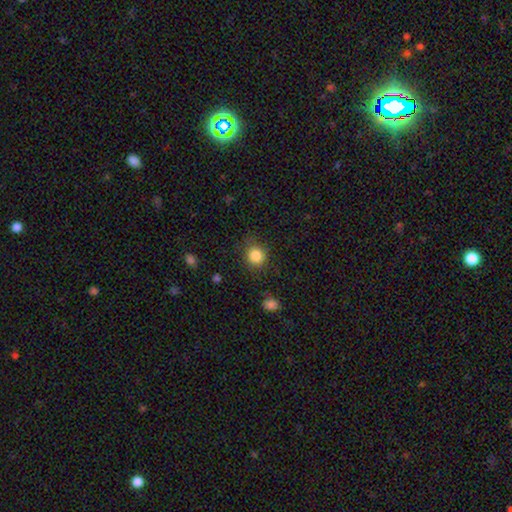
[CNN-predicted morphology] Q: Smooth or featured?
A: smooth (85%); runner-up: star or artifact (10%)
Q: How rounded?
A: round (88%); runner-up: in between (11%)
Q: Merging?
A: none (82%); runner-up: minor disturbance (12%)